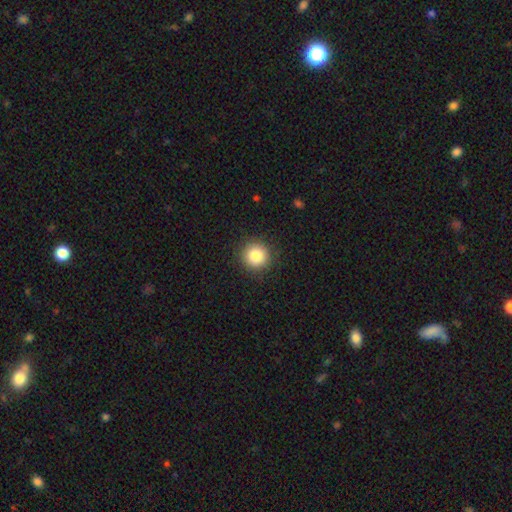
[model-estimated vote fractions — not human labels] Smooth or featured?
  - smooth: 83% *
  - star or artifact: 10%
  - featured or disk: 6%
How rounded?
  - round: 94% *
  - in between: 5%
  - cigar-shaped: 1%
Merging?
  - none: 91% *
  - minor disturbance: 6%
  - major disturbance: 2%
  - merger: 1%